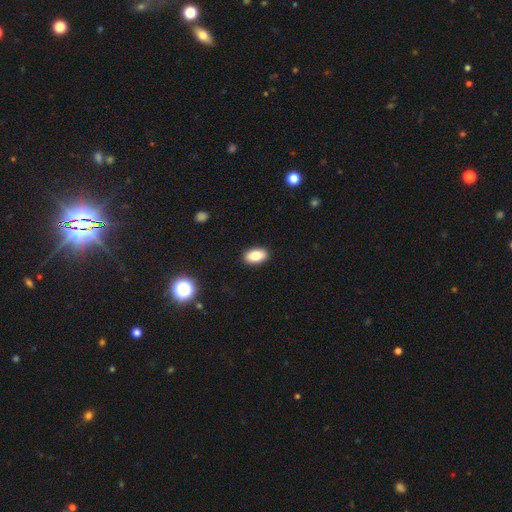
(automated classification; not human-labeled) Smooth or featured? Predicted: smooth (p=0.81). How rounded? Predicted: in between (p=0.91). Merging? Predicted: none (p=0.90).